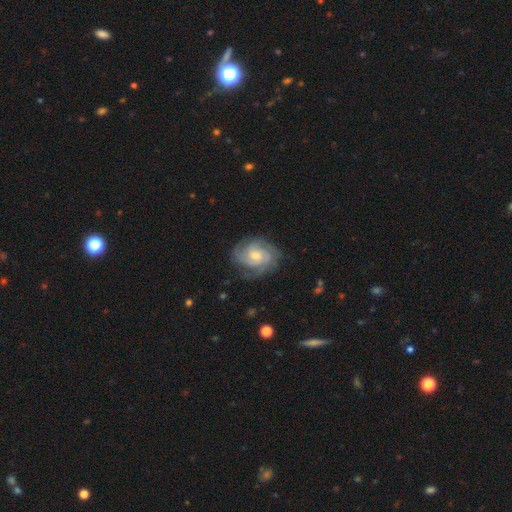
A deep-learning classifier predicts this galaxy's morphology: Overall: featured or disk (82%). Edge-on disk: no (97%). Bar: no (63%; weak 32%). Spiral arms: yes (97%). Spiral arm count: 3 (35%; can't tell 23%). Spiral winding: tight (62%; medium 32%). Bulge size: moderate (53%; small 39%). Merging: none (77%).